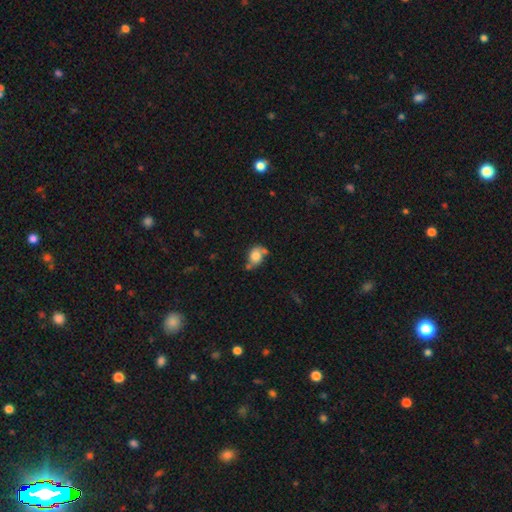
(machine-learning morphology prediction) type=smooth (75%); roundness=in between (61%); merging=none (47%).